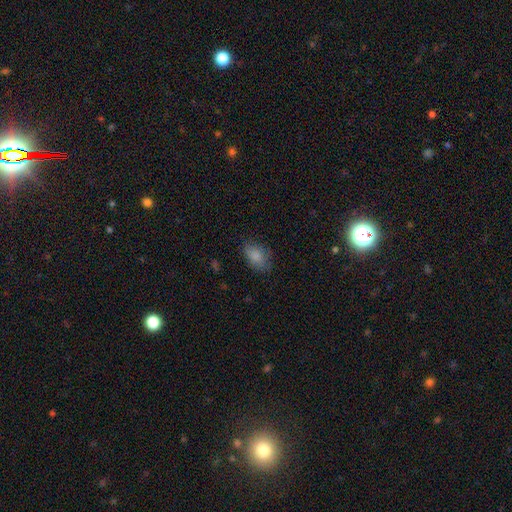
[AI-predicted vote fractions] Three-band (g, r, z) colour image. It shows a smooth galaxy with no disk features (83%) that is in between round and cigar-shaped (86%). Merging: none (66%).